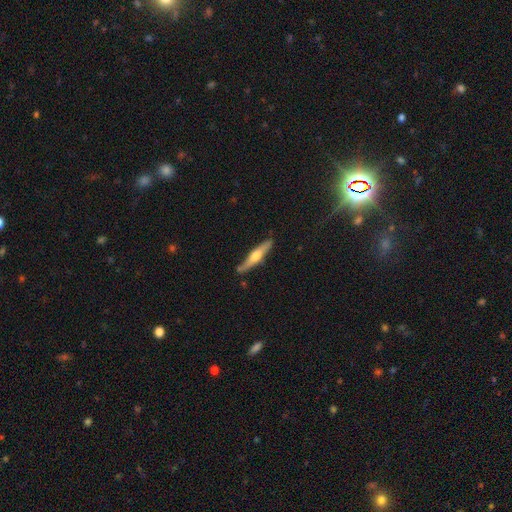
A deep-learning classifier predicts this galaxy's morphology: A featured or disk galaxy (58%) viewed edge-on (94%) with a rounded central bulge (90%).

Vote fractions:
- Smooth or featured? featured or disk: 58% / smooth: 37% / star or artifact: 5%
- Edge-on disk? yes: 94% / no: 6%
- Edge-on bulge? rounded: 90% / none: 5% / boxy: 5%
- Merging? none: 82% / minor disturbance: 13% / merger: 3% / major disturbance: 2%